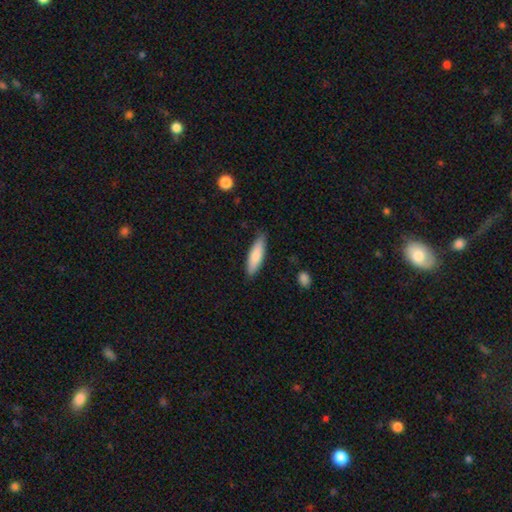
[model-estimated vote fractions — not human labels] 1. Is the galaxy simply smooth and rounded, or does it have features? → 81% smooth, 14% featured or disk, 5% star or artifact.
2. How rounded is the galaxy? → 61% cigar-shaped, 38% in between, 1% round.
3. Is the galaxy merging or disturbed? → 85% none, 11% minor disturbance, 2% major disturbance, 1% merger.